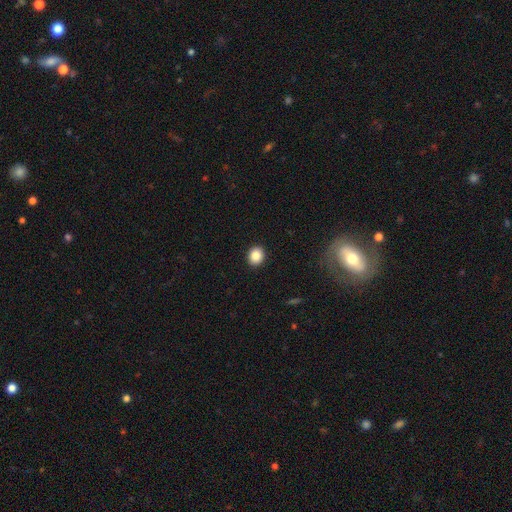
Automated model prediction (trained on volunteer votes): smooth-or-featured: smooth: 86% | star or artifact: 9% | featured or disk: 4%
  how-rounded: round: 66% | in between: 33% | cigar-shaped: 1%
  merging: none: 92% | minor disturbance: 6% | major disturbance: 2% | merger: 1%